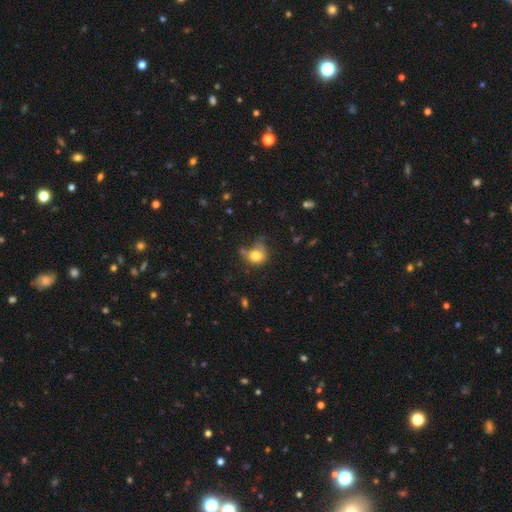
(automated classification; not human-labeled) smooth 78%, featured or disk 11%, star or artifact 11%. Down the decision tree: how rounded — round (68%); merging — none (44%).